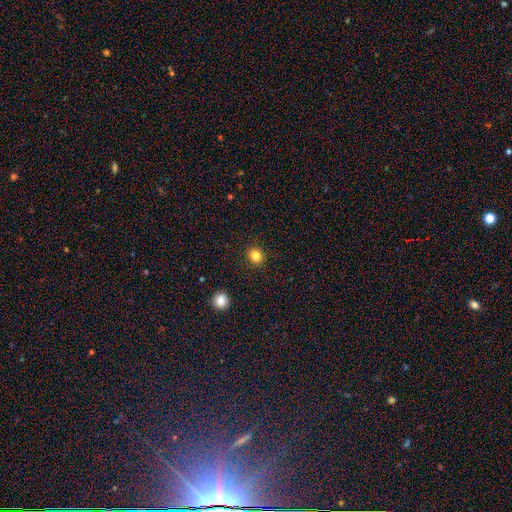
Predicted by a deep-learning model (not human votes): Q: Smooth or featured?
A: smooth (82%); runner-up: star or artifact (13%)
Q: How rounded?
A: round (81%); runner-up: in between (18%)
Q: Merging?
A: none (91%); runner-up: minor disturbance (6%)